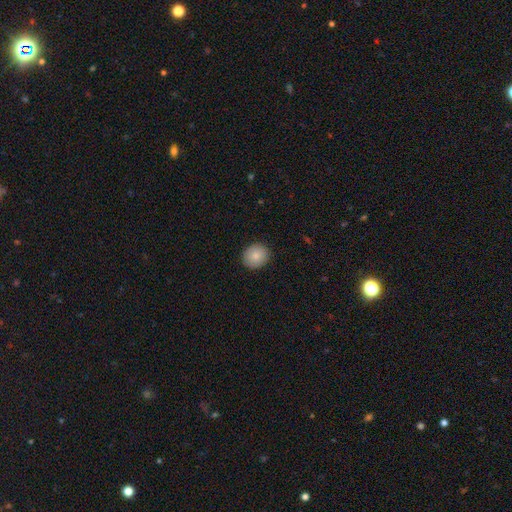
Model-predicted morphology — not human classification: Smooth or featured: smooth — 85% (star or artifact — 8%)
How rounded: round — 75% (in between — 24%)
Merging: none — 90% (minor disturbance — 7%)